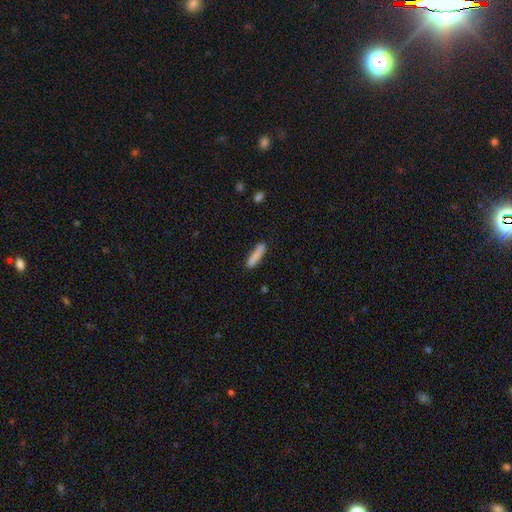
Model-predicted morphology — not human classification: type=smooth (84%); roundness=cigar-shaped (85%); merging=none (82%).